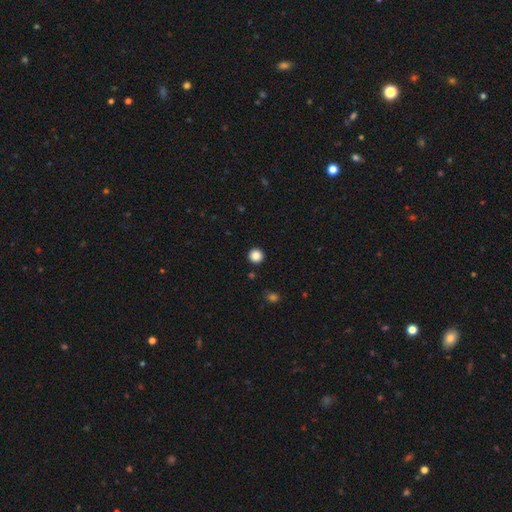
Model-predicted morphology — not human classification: This appears to be a smooth galaxy with no disk features (87%) that is round (96%). Merging: none (93%).